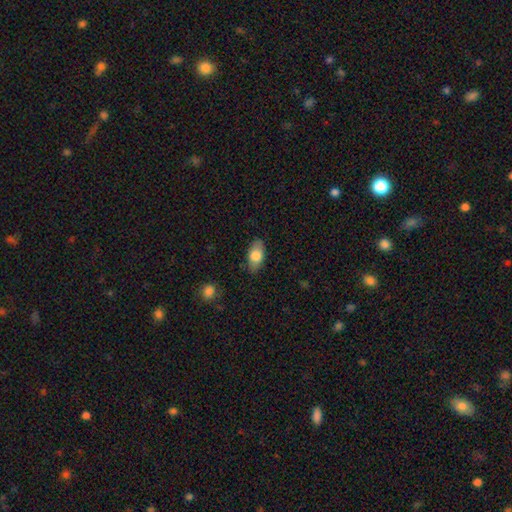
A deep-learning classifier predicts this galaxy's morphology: smooth-or-featured: smooth: 75% | featured or disk: 19% | star or artifact: 6%
  how-rounded: in between: 91% | round: 5% | cigar-shaped: 5%
  merging: none: 82% | minor disturbance: 14% | major disturbance: 3% | merger: 1%